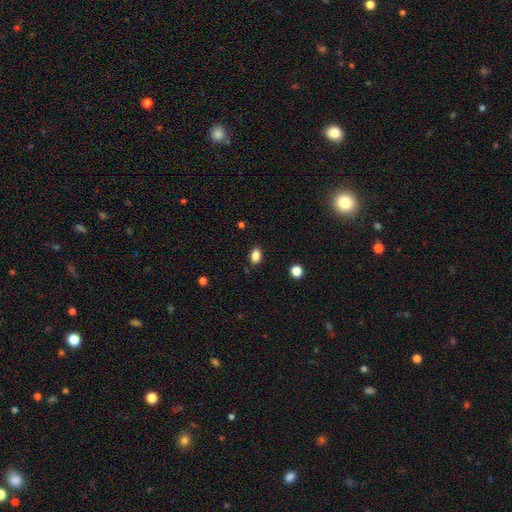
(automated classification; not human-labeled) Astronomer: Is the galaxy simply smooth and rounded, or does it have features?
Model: smooth — 85%.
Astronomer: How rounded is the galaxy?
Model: in between — 78%.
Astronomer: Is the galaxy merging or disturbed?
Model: none — 85%.